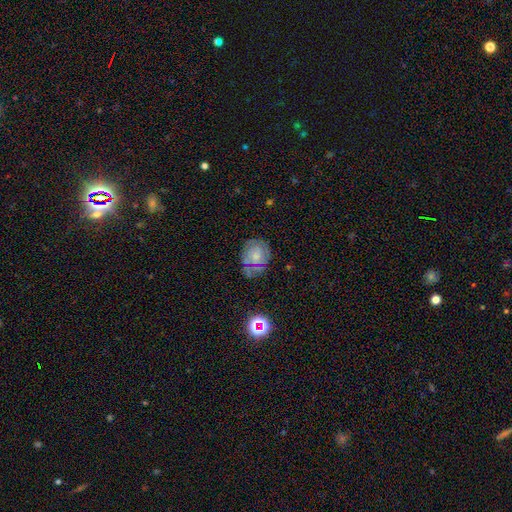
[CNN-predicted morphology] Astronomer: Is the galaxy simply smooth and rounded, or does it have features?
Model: featured or disk — 56%.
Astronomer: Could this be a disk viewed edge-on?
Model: no — 97%.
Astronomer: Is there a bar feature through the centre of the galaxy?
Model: no — 75%.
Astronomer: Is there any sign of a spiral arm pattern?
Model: yes — 80%.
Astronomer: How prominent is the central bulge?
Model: small — 59%.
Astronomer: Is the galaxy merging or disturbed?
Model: none — 66%.